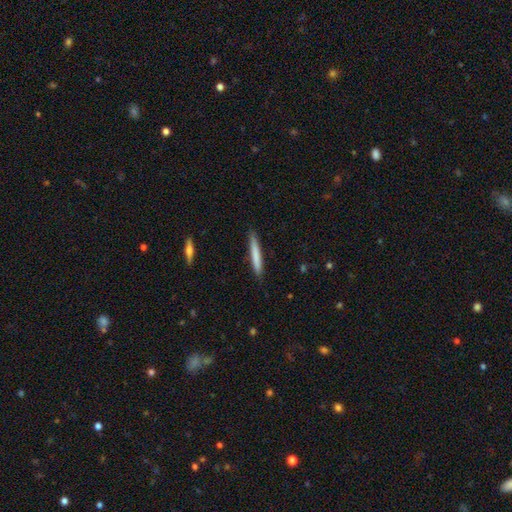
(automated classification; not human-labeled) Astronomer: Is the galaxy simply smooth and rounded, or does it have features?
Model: smooth — 74%.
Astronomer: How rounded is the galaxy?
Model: cigar-shaped — 95%.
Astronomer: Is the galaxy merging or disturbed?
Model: none — 88%.